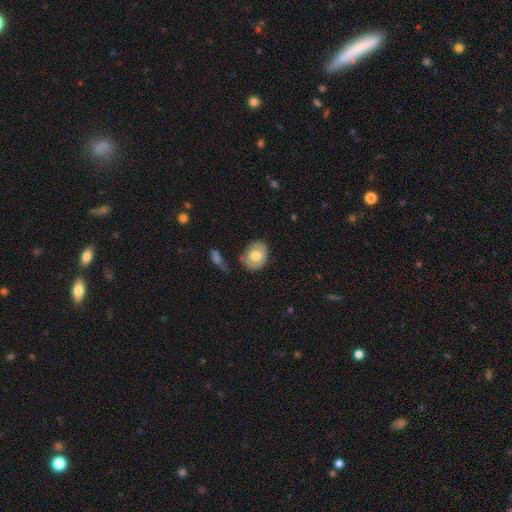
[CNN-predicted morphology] Overall: smooth (67%). How rounded: in between (56%; round 43%). Merging: none (73%).